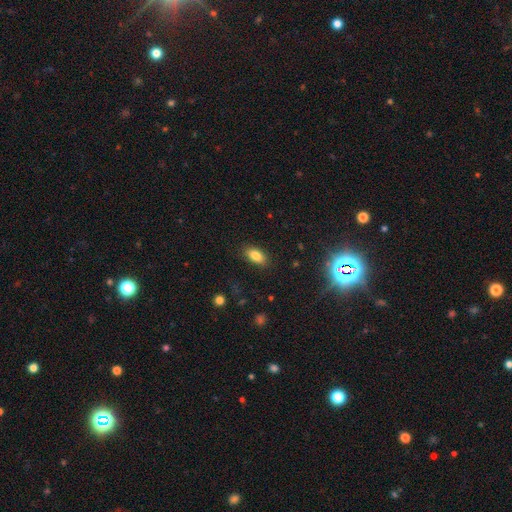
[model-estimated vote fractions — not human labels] Smooth or featured? Predicted: smooth (p=0.82). How rounded? Predicted: in between (p=0.90). Merging? Predicted: none (p=0.86).